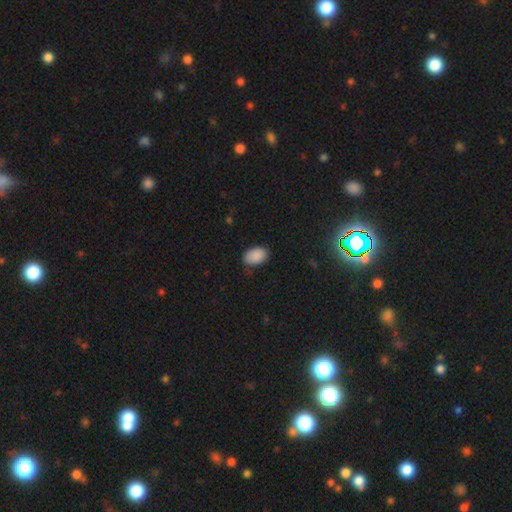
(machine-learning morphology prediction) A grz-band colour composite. It shows a smooth galaxy with no disk features (90%) that is in between round and cigar-shaped (91%). Merging: none (83%).